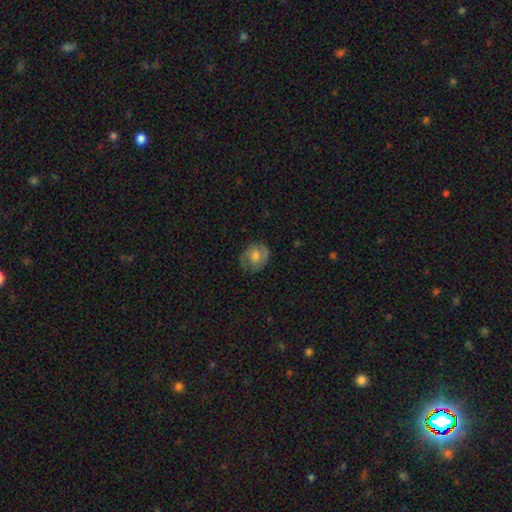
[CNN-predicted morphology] smooth 46% (tied), featured or disk 46% (tied), star or artifact 8%. Down the decision tree: merging — none (70%).